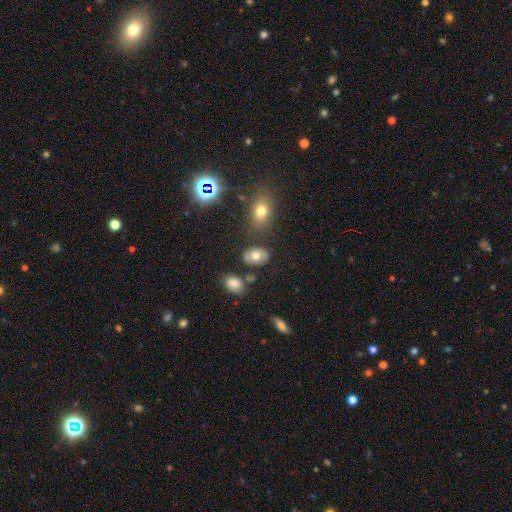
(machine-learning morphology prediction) Overall: smooth (67%). How rounded: in between (81%). Merging: none (77%).